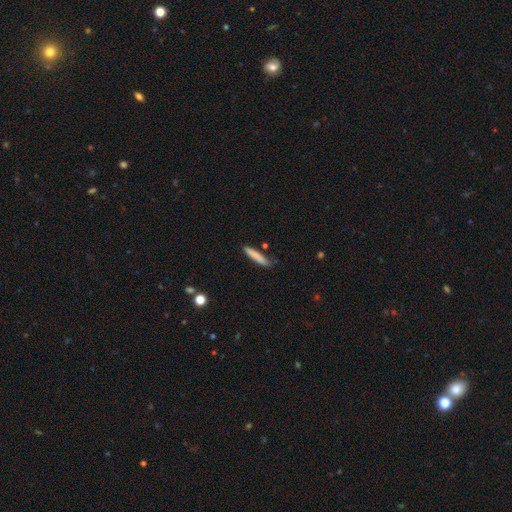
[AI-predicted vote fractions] smooth-or-featured: smooth: 82% | featured or disk: 11% | star or artifact: 7%
  how-rounded: cigar-shaped: 90% | in between: 9% | round: 1%
  merging: none: 79% | minor disturbance: 15% | major disturbance: 3% | merger: 3%